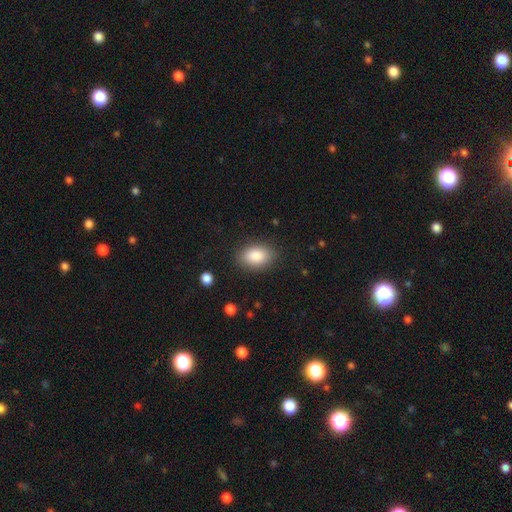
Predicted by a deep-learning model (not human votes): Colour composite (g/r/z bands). It shows a smooth galaxy with no disk features (86%) that is in between round and cigar-shaped (87%). Merging: none (85%).